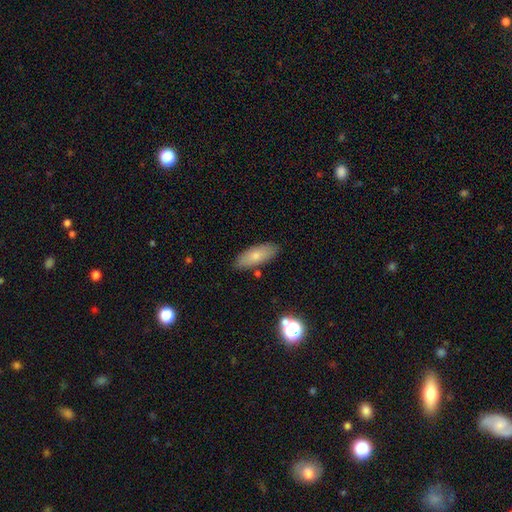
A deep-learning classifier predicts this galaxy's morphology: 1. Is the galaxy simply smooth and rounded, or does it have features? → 76% smooth, 17% featured or disk, 7% star or artifact.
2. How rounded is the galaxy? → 76% in between, 22% cigar-shaped, 2% round.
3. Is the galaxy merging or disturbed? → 84% none, 11% minor disturbance, 3% merger, 2% major disturbance.